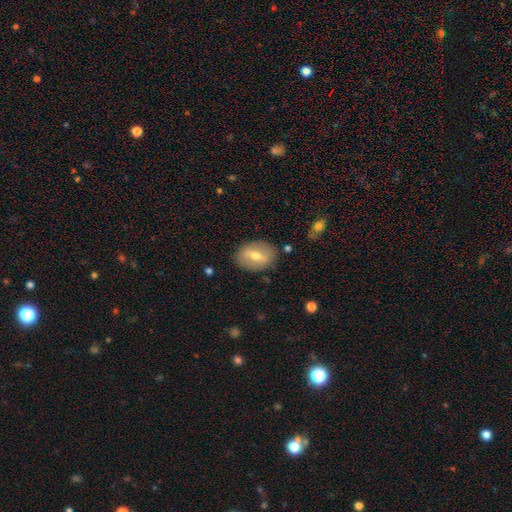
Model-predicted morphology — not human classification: The model was most divided on "smooth or featured": smooth: 49%, featured or disk: 44%, star or artifact: 7%. More confident: merging — none (84%).